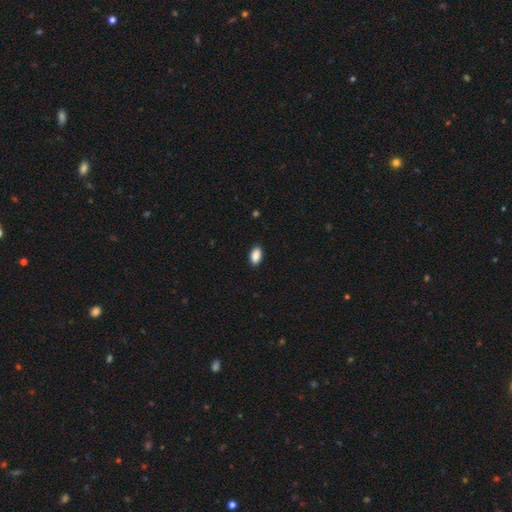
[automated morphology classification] smooth 90%, star or artifact 7%, featured or disk 3%. Down the decision tree: how rounded — in between (93%); merging — none (89%).